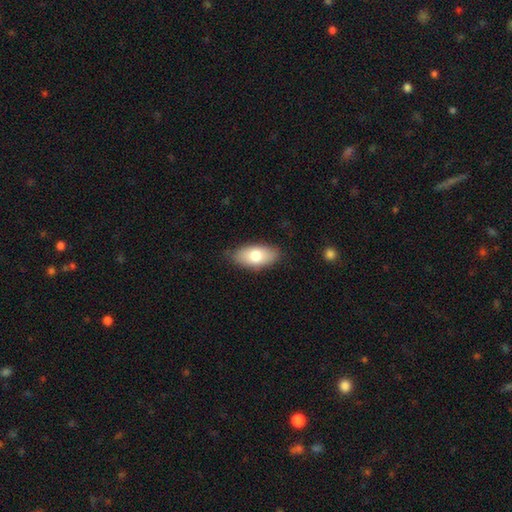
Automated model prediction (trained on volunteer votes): Smooth or featured: smooth — 76% (featured or disk — 18%)
How rounded: in between — 91% (cigar-shaped — 5%)
Merging: none — 82% (minor disturbance — 14%)